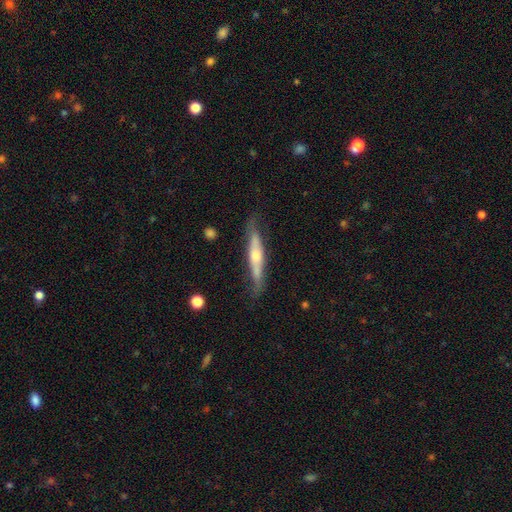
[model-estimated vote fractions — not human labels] A featured or disk galaxy (64%) viewed edge-on (85%) with a rounded central bulge (80%).

Vote fractions:
- Smooth or featured? featured or disk: 64% / smooth: 30% / star or artifact: 6%
- Edge-on disk? yes: 85% / no: 15%
- Edge-on bulge? rounded: 80% / none: 14% / boxy: 6%
- Merging? none: 72% / minor disturbance: 20% / major disturbance: 6% / merger: 2%